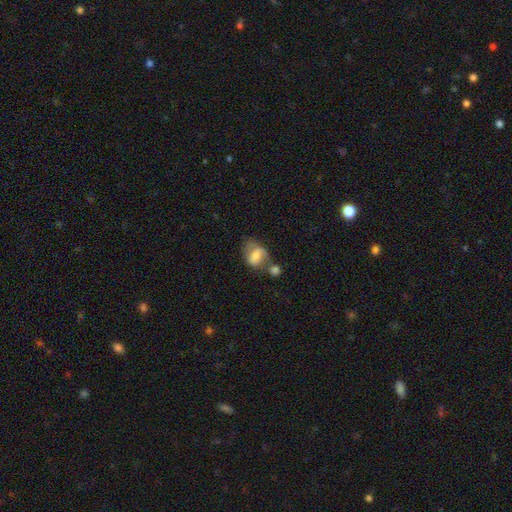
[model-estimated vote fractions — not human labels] Overall: smooth (55%; featured or disk 36%). How rounded: in between (70%). Merging: merger (35%; none 28%).